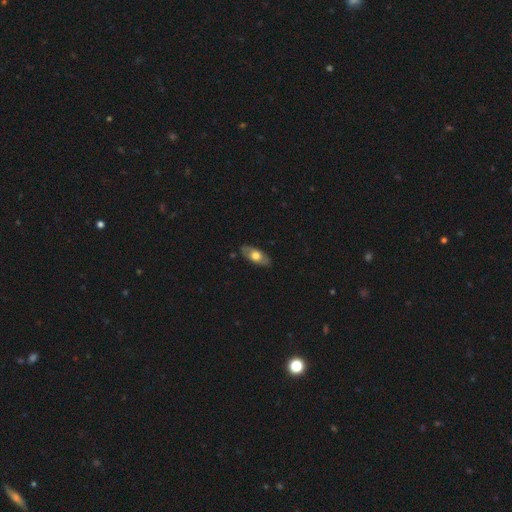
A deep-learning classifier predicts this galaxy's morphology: smooth_or_featured: smooth (p=0.59) [alt: featured or disk p=0.35]
how_rounded: in between (p=0.84) [alt: cigar-shaped p=0.12]
merging: none (p=0.85) [alt: minor disturbance p=0.11]